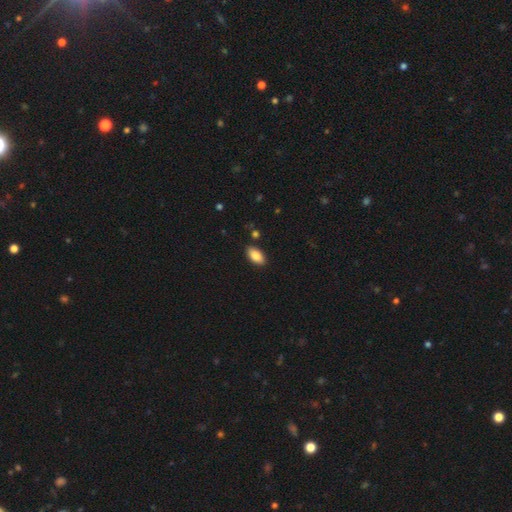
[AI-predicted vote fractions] Smooth or featured: smooth — 86% (featured or disk — 7%)
How rounded: in between — 93% (cigar-shaped — 4%)
Merging: none — 87% (minor disturbance — 9%)